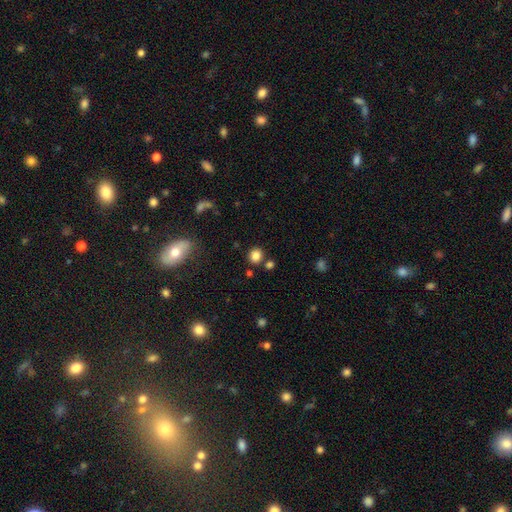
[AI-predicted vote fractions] Q: Smooth or featured?
A: smooth (83%); runner-up: star or artifact (12%)
Q: How rounded?
A: round (80%); runner-up: in between (19%)
Q: Merging?
A: none (82%); runner-up: minor disturbance (8%)